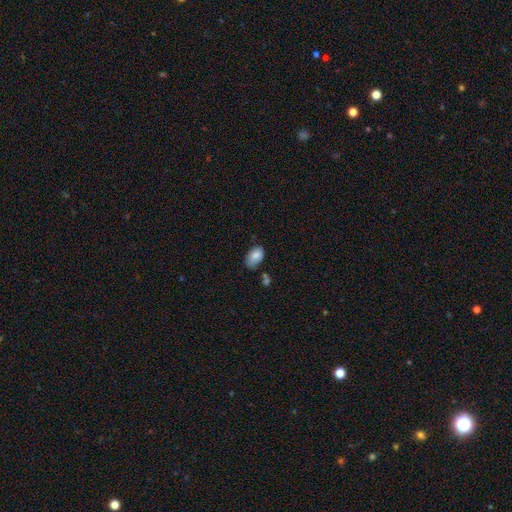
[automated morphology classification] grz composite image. It shows a smooth galaxy with no disk features (84%) that is in between round and cigar-shaped (92%). Merging: none (58%).